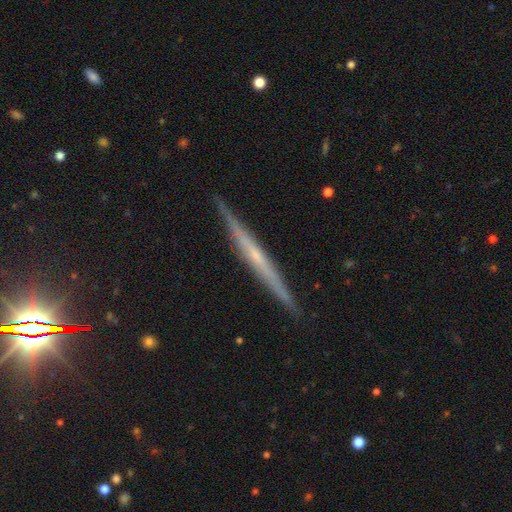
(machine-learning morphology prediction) Smooth or featured: featured or disk — 71% (smooth — 22%)
Edge-on disk: yes — 98% (no — 2%)
Edge-on bulge: none — 62% (rounded — 32%)
Merging: none — 90% (minor disturbance — 7%)